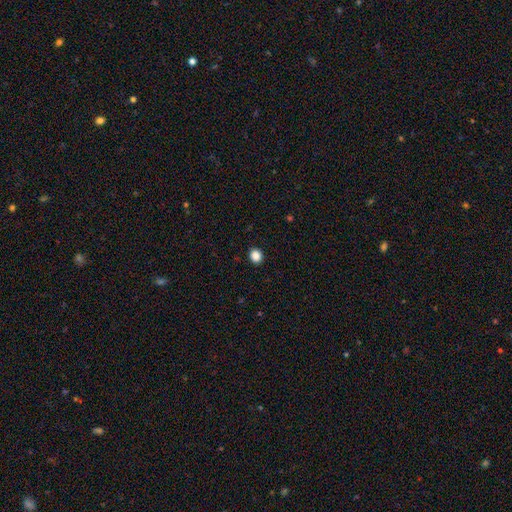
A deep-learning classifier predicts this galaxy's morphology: type=smooth (87%); roundness=round (76%); merging=none (92%).